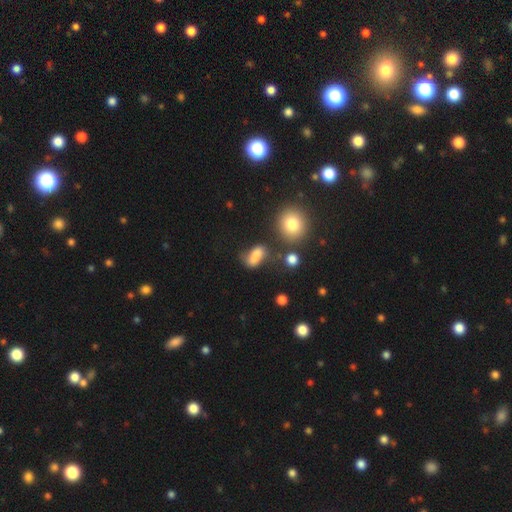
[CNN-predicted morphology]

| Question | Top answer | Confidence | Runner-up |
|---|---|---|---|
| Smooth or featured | smooth | 75% | featured or disk (13%) |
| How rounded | in between | 74% | cigar-shaped (13%) |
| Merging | none | 50% | minor disturbance (26%) |